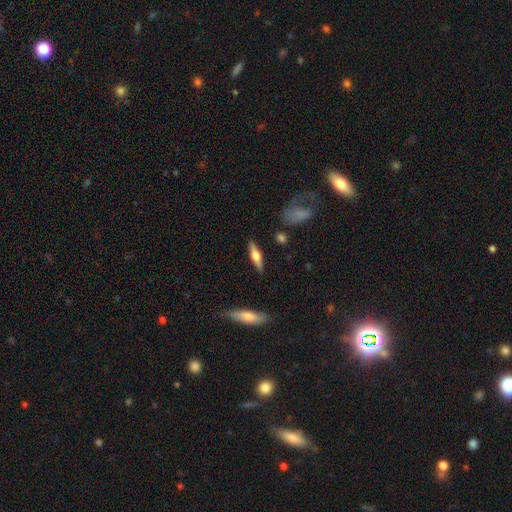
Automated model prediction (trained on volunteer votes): A featured or disk galaxy (53%) viewed edge-on (93%). Merging: none (86%).